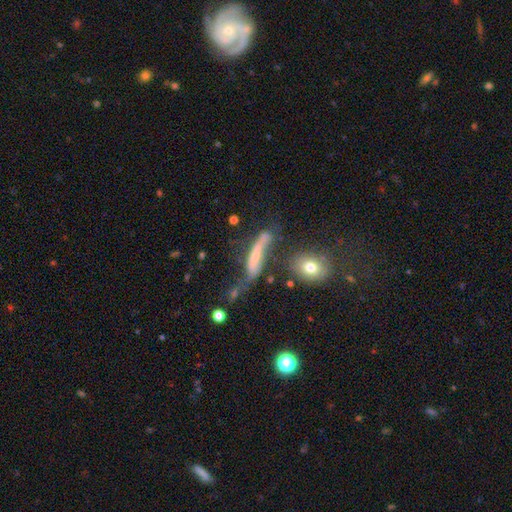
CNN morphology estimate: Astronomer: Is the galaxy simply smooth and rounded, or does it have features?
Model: featured or disk — 47% (runner-up: smooth, 40%).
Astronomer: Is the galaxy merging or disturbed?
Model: none — 31% (runner-up: major disturbance, 29%).